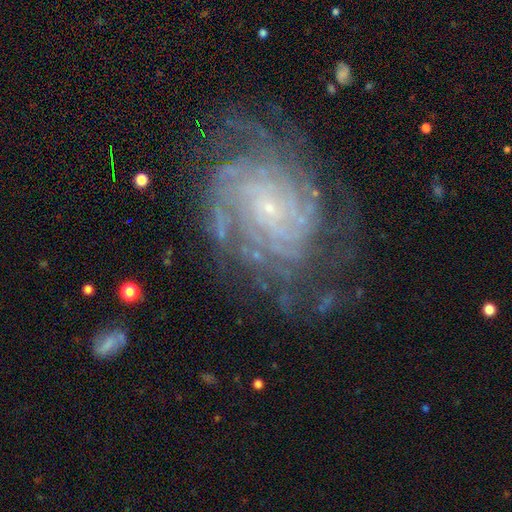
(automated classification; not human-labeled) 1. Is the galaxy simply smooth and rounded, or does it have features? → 84% featured or disk, 9% star or artifact, 7% smooth.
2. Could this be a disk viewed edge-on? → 98% no, 2% yes.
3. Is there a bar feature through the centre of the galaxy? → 68% no, 24% weak, 8% strong.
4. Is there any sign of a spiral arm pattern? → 96% yes, 4% no.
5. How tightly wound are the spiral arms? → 73% tight, 22% medium, 6% loose.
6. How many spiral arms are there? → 26% can't tell (tied), 26% more than 4 (tied), 19% 4, 11% 3, 10% 2, 8% 1.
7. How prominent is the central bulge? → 85% small, 9% moderate, 3% none, 1% large, 1% dominant.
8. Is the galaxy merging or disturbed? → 68% none, 18% minor disturbance, 12% major disturbance, 3% merger.